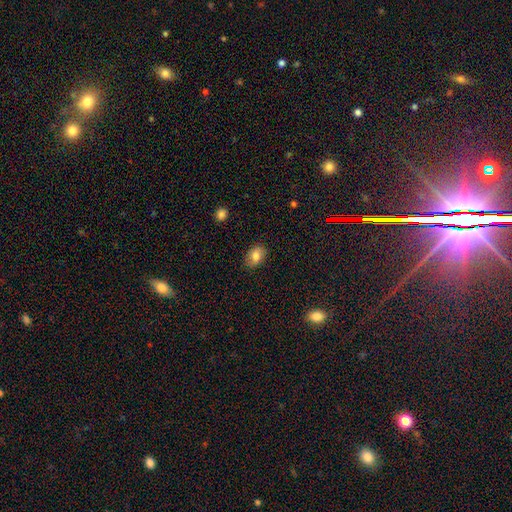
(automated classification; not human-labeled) The model was most divided on "how rounded": in between: 81%, round: 18%, cigar-shaped: 1%. More confident: merging — none (83%); smooth or featured — smooth (79%).